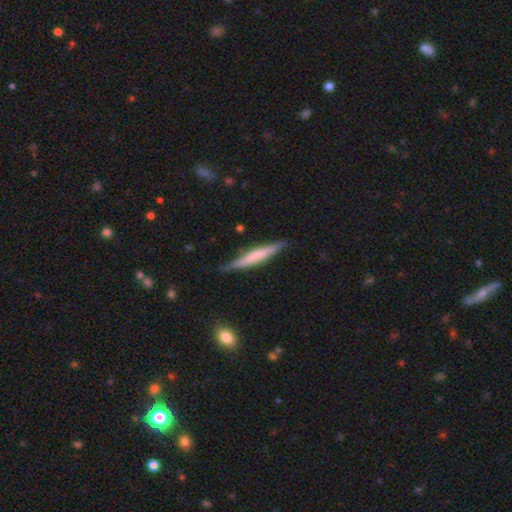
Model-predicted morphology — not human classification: smooth 49%, featured or disk 45%, star or artifact 5%. Down the decision tree: merging — none (82%).